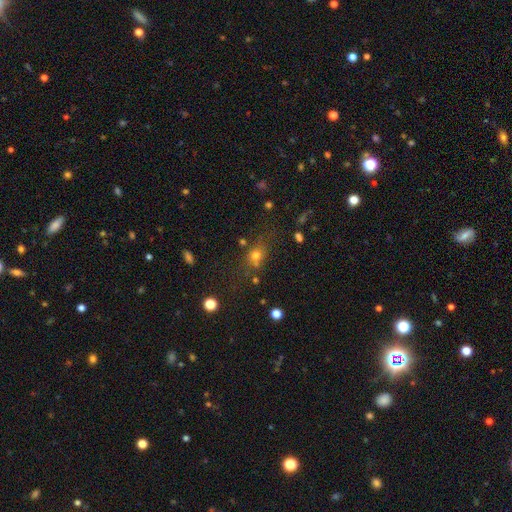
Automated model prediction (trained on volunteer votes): The model was most divided on "how rounded": round: 61%, in between: 35%, cigar-shaped: 4%. More confident: smooth or featured — smooth (66%); merging — none (63%).